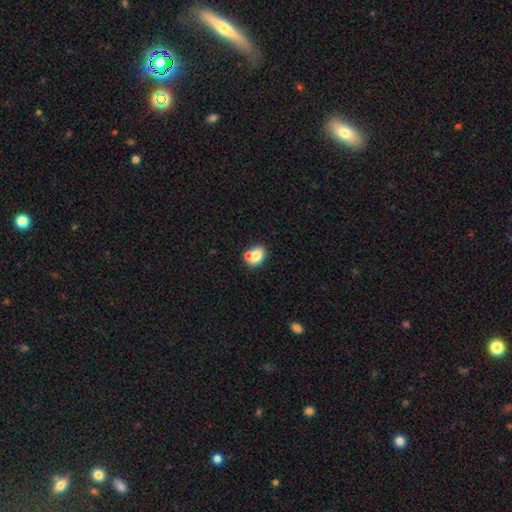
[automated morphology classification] smooth 77%, featured or disk 13%, star or artifact 9%. Down the decision tree: how rounded — in between (67%); merging — none (53%).